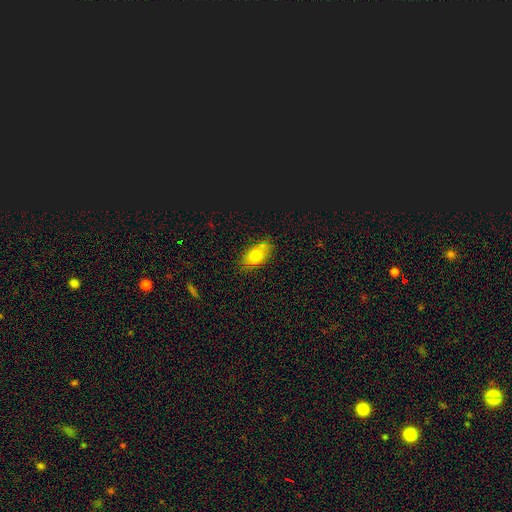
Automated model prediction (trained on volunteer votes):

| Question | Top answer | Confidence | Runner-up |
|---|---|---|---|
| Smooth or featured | smooth | 74% | featured or disk (15%) |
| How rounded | in between | 85% | round (11%) |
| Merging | none | 74% | minor disturbance (18%) |